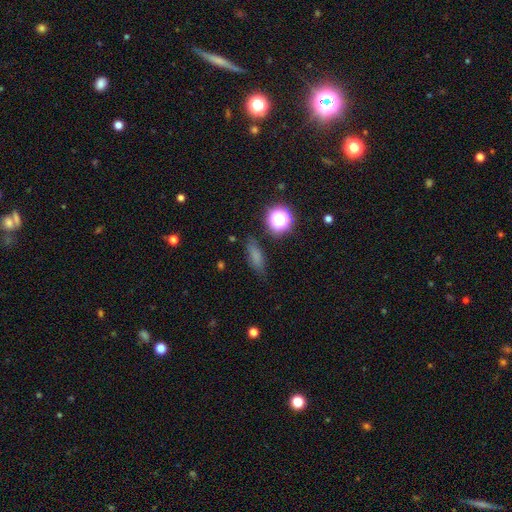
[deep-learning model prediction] A smooth galaxy with no disk features (71%) that is in between round and cigar-shaped (52%). Merging: none (80%).